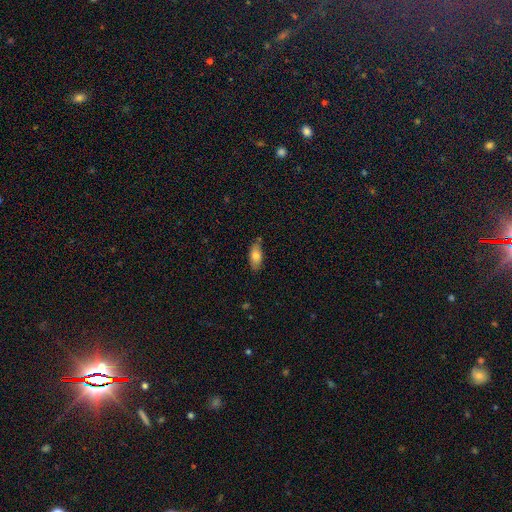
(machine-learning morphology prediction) Overall: smooth (78%). How rounded: in between (86%). Merging: none (76%).